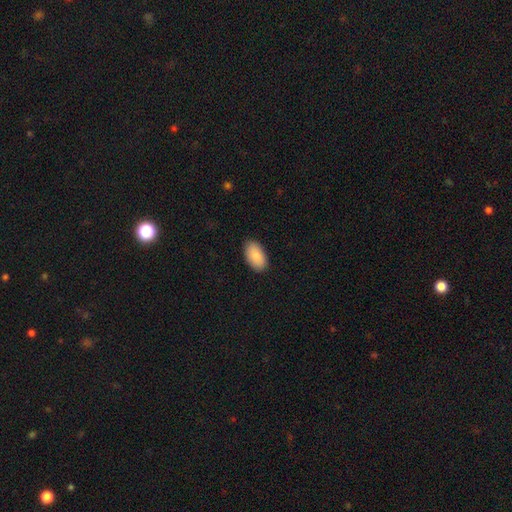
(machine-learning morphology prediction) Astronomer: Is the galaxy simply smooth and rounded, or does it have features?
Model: smooth — 87%.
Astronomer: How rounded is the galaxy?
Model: in between — 95%.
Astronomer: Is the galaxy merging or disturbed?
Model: none — 88%.